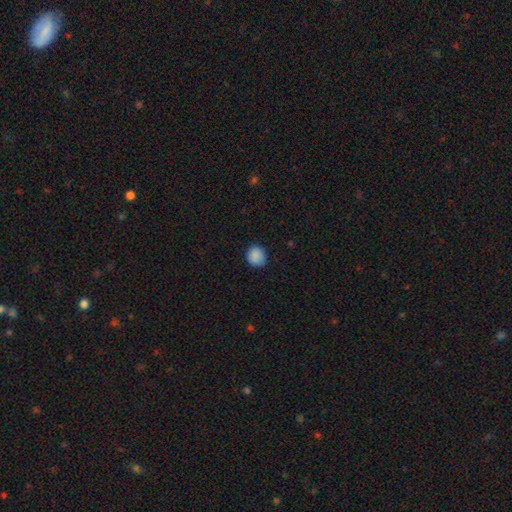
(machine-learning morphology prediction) The model was most divided on "how rounded": round: 78%, in between: 21%, cigar-shaped: 1%. More confident: smooth or featured — smooth (88%); merging — none (83%).